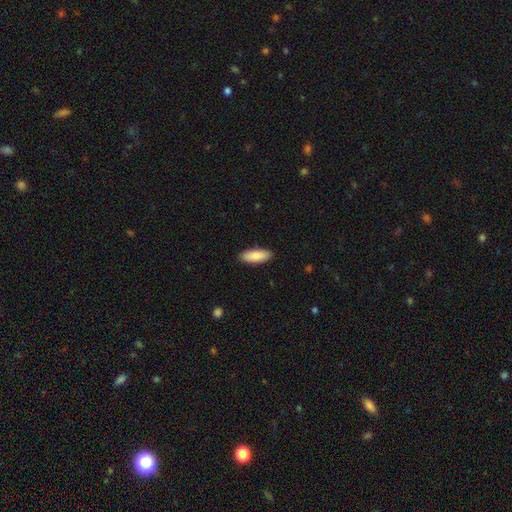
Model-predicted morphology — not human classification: A smooth galaxy with no disk features (87%) that is in between round and cigar-shaped (68%).

Vote fractions:
- Smooth or featured? smooth: 87% / featured or disk: 7% / star or artifact: 5%
- How rounded? in between: 68% / cigar-shaped: 30% / round: 2%
- Merging? none: 89% / minor disturbance: 8% / major disturbance: 2% / merger: 1%